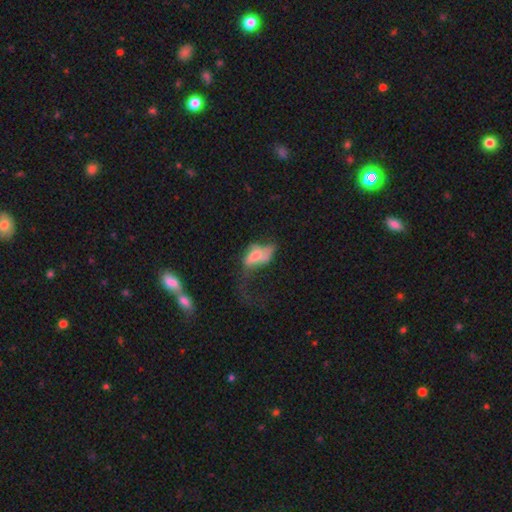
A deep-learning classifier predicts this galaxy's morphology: Smooth or featured: smooth — 46% (featured or disk — 44%)
Merging: major disturbance — 54% (merger — 17%)